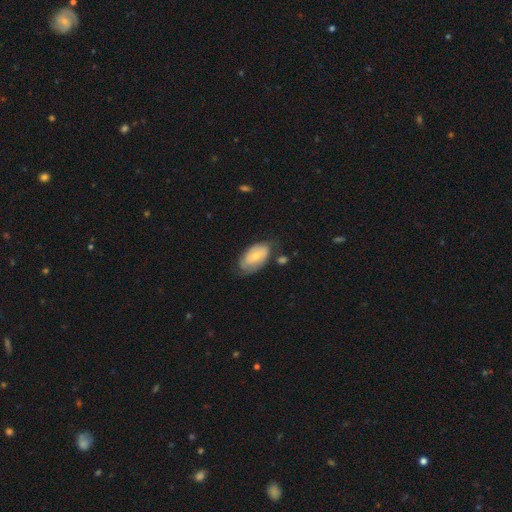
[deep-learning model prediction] Smooth or featured? Predicted: smooth (p=0.61). How rounded? Predicted: in between (p=0.94). Merging? Predicted: none (p=0.57).